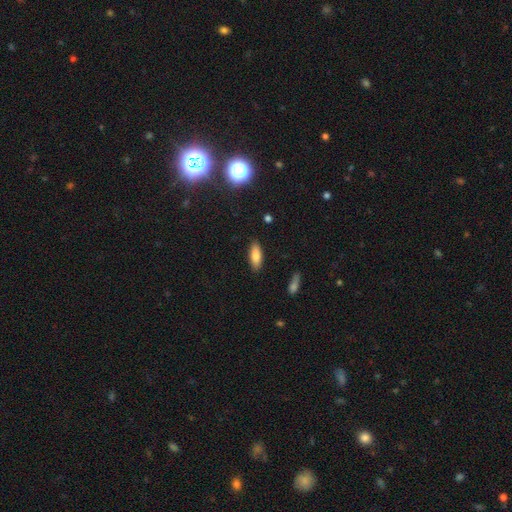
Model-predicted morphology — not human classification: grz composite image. It shows a smooth galaxy with no disk features (80%) that is in between round and cigar-shaped (70%). Merging: none (87%).